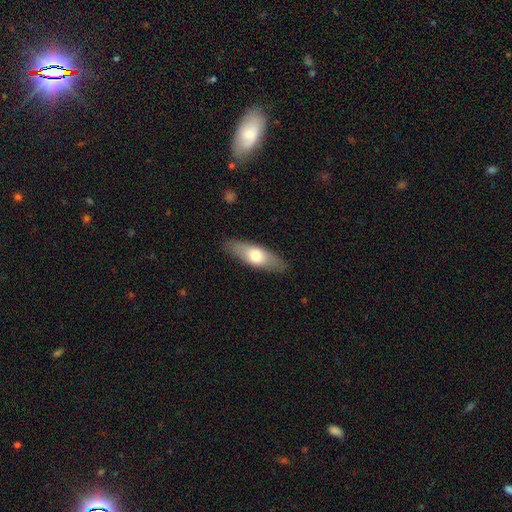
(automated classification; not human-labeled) smooth_or_featured: smooth (p=0.62) [alt: featured or disk p=0.33]
how_rounded: in between (p=0.57) [alt: cigar-shaped p=0.40]
merging: none (p=0.86) [alt: minor disturbance p=0.10]